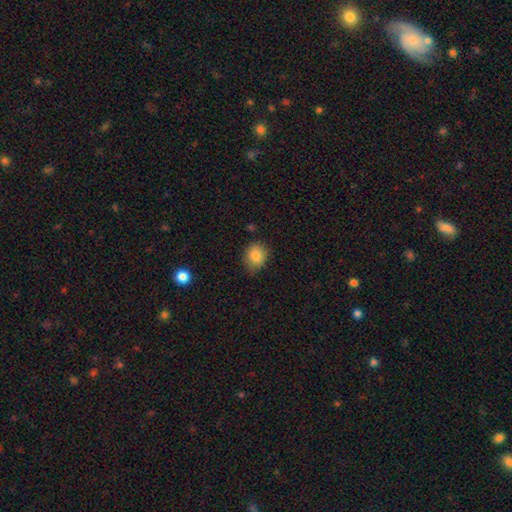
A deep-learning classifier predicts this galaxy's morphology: This is clearly a smooth galaxy (83%). How rounded: possibly round (57%). Merging: likely none (68%).